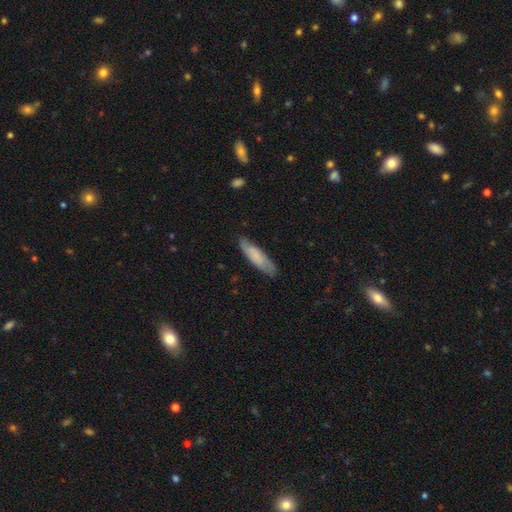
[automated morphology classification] The model was most divided on "how rounded": cigar-shaped: 66%, in between: 32%, round: 1%. More confident: merging — none (79%); smooth or featured — smooth (66%).